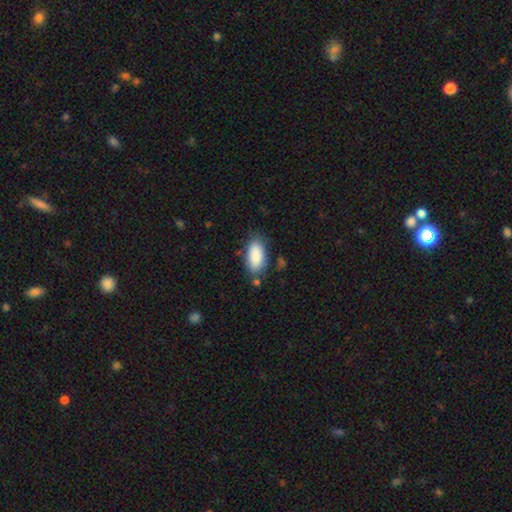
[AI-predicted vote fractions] The model was most divided on "merging": none: 74%, minor disturbance: 17%, major disturbance: 5%, merger: 4%. More confident: how rounded — in between (92%); smooth or featured — smooth (88%).